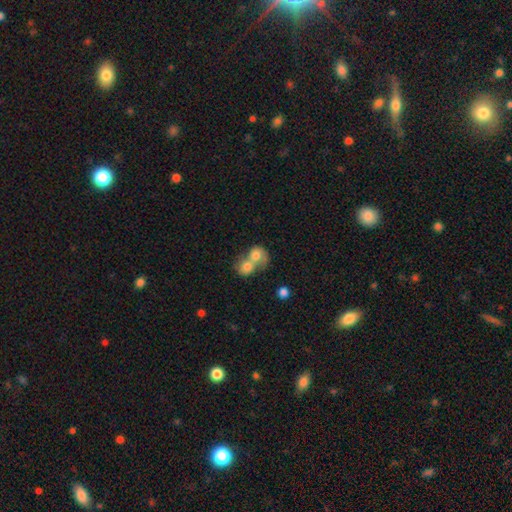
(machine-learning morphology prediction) Smooth or featured? smooth (69%)
How rounded? round (62%)
Merging? merger (83%)